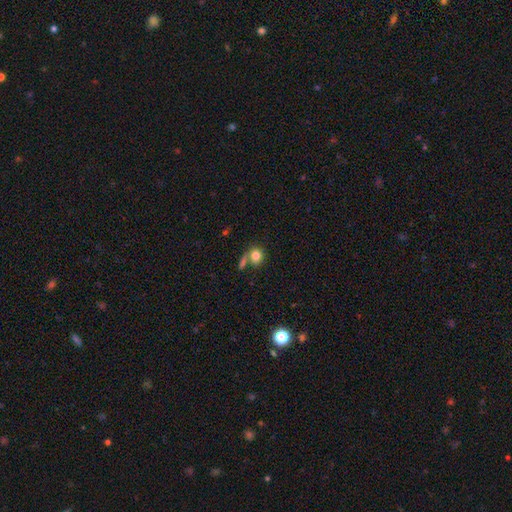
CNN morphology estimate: The model was most divided on "merging": none: 56%, merger: 24%, minor disturbance: 14%, major disturbance: 6%. More confident: smooth or featured — smooth (80%); how rounded — round (74%).